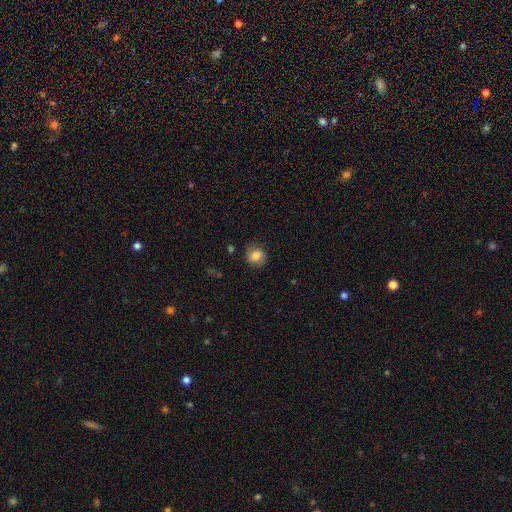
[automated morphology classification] This appears to be a smooth galaxy with no disk features (74%) that is round (76%). Merging: none (78%).